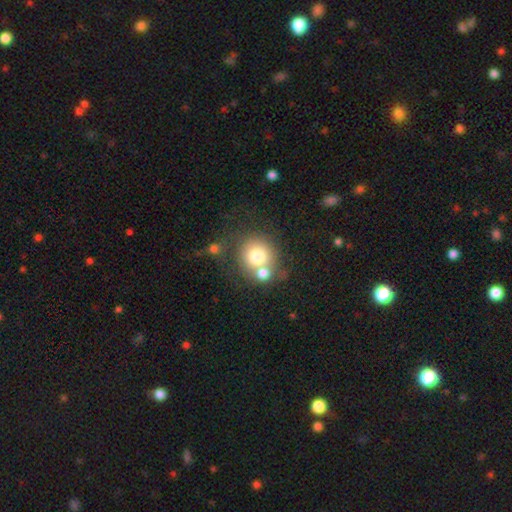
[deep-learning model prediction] The model was most divided on "merging": none: 48%, merger: 37%, minor disturbance: 10%, major disturbance: 5%. More confident: how rounded — round (86%); smooth or featured — smooth (74%).